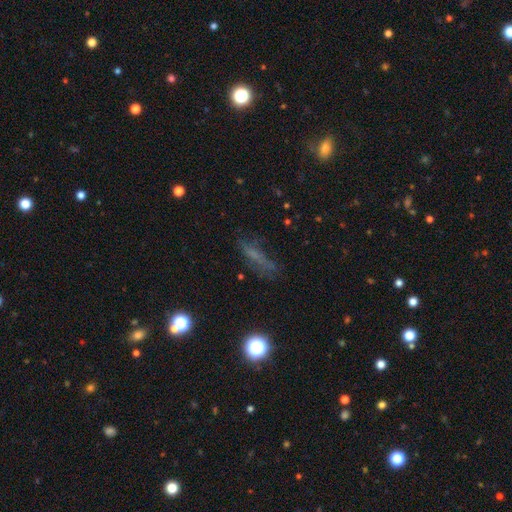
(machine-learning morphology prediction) Q: Smooth or featured?
A: smooth (46%); runner-up: featured or disk (28%)
Q: Merging?
A: none (60%); runner-up: minor disturbance (22%)